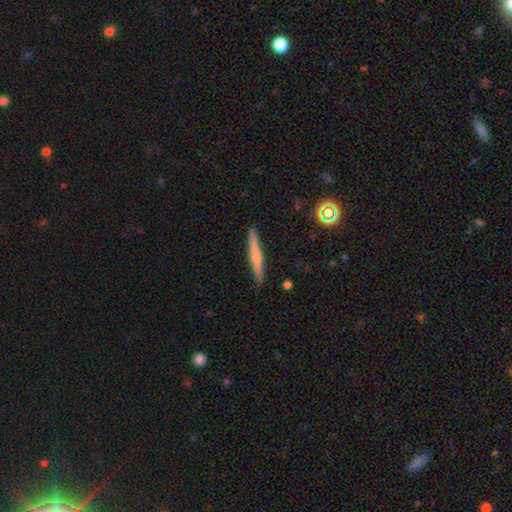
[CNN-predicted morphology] Smooth or featured?
  - smooth: 50% *
  - featured or disk: 43%
  - star or artifact: 7%
Merging?
  - none: 90% *
  - minor disturbance: 7%
  - major disturbance: 1%
  - merger: 1%